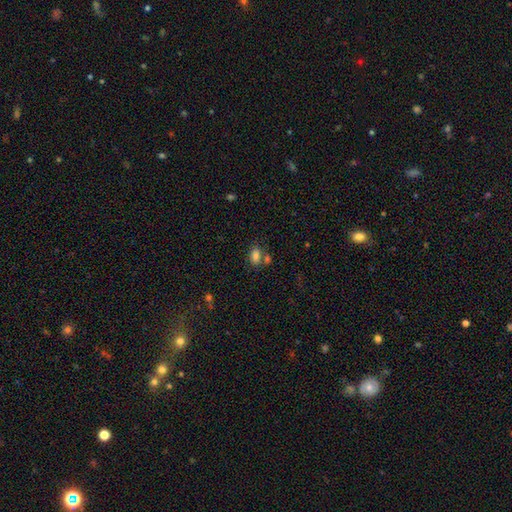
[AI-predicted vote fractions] Smooth or featured? Predicted: smooth (p=0.80). How rounded? Predicted: in between (p=0.83). Merging? Predicted: none (p=0.52).